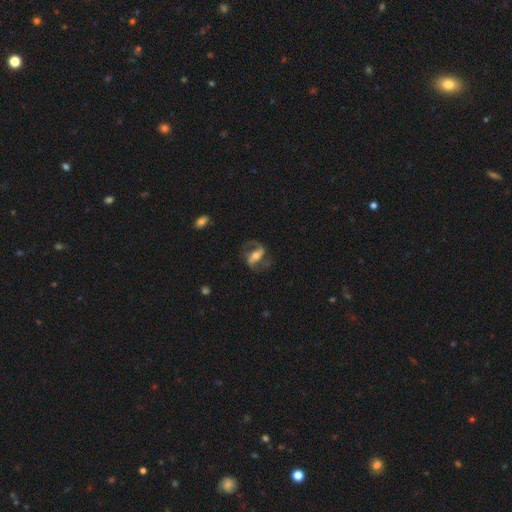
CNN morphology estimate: A featured or disk galaxy (78%) with a strong bar (57%), 2 (86%) medium (47%) spiral arms (88%) and a moderate central bulge (60%).

Vote fractions:
- Smooth or featured? featured or disk: 78% / smooth: 15% / star or artifact: 7%
- Edge-on disk? no: 91% / yes: 9%
- Bar? strong: 57% / weak: 28% / no: 15%
- Spiral arms? yes: 88% / no: 12%
- Spiral winding? medium: 47% / loose: 38% / tight: 15%
- Spiral arm count? 2: 86% / 1: 6% / can't tell: 5% / 3: 1% / 4: 1% / more than 4: 1%
- Bulge size? moderate: 60% / small: 26% / large: 10% / none: 2% / dominant: 1%
- Merging? none: 65% / major disturbance: 17% / minor disturbance: 16% / merger: 2%